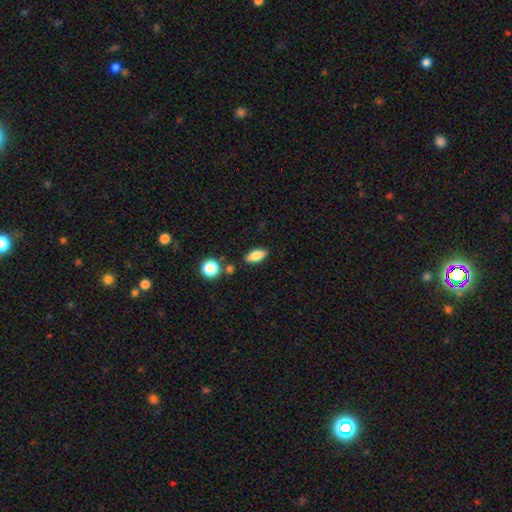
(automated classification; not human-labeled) Smooth or featured?
  - smooth: 79% *
  - featured or disk: 12%
  - star or artifact: 8%
How rounded?
  - in between: 81% *
  - cigar-shaped: 14%
  - round: 5%
Merging?
  - none: 83% *
  - minor disturbance: 10%
  - merger: 4%
  - major disturbance: 3%